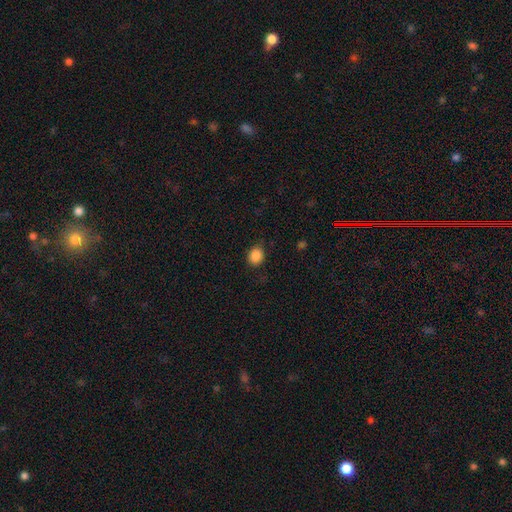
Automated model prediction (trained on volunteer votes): smooth 87%, star or artifact 10%, featured or disk 3%. Down the decision tree: how rounded — round (63%); merging — none (81%).